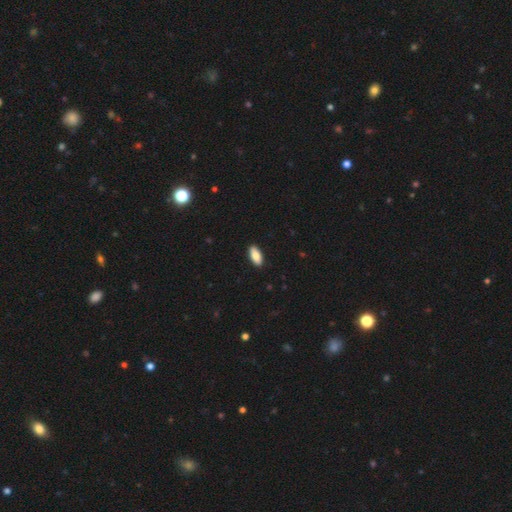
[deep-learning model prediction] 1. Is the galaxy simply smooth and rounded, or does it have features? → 84% smooth, 10% featured or disk, 6% star or artifact.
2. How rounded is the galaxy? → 88% in between, 10% cigar-shaped, 2% round.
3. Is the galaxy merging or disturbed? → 91% none, 7% minor disturbance, 1% major disturbance, 1% merger.